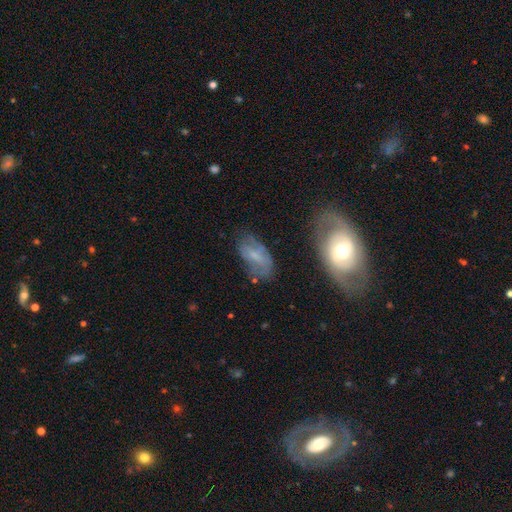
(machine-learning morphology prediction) A smooth galaxy with no disk features (46%).

Vote fractions:
- Smooth or featured? smooth: 46% / featured or disk: 44% / star or artifact: 10%
- Merging? none: 56% / minor disturbance: 25% / major disturbance: 14% / merger: 4%